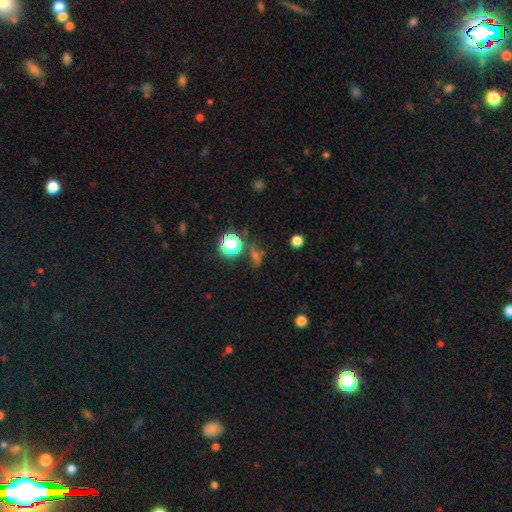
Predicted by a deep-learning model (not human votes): smooth-or-featured: star or artifact: 45% | smooth: 43% | featured or disk: 11%